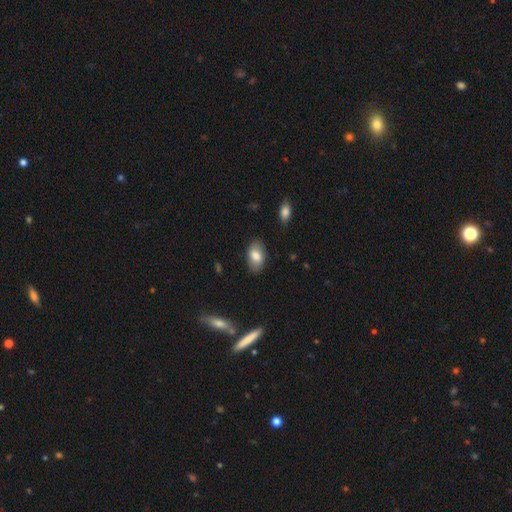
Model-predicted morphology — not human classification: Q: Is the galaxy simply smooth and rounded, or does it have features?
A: smooth — 81%.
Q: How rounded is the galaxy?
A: in between — 92%.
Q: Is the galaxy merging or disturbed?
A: none — 83%.